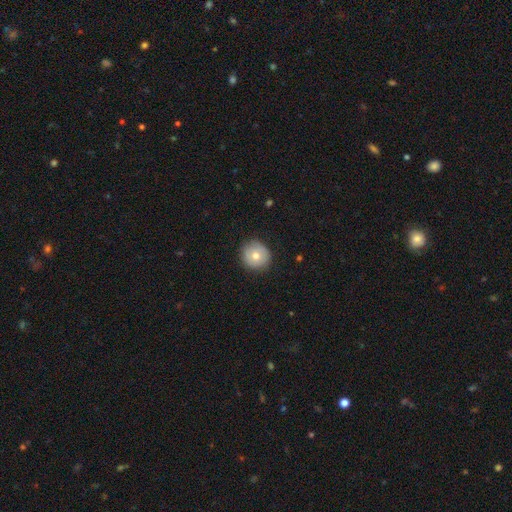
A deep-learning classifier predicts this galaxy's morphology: This appears to be a smooth galaxy with no disk features (71%) that is round (93%). Merging: none (86%).